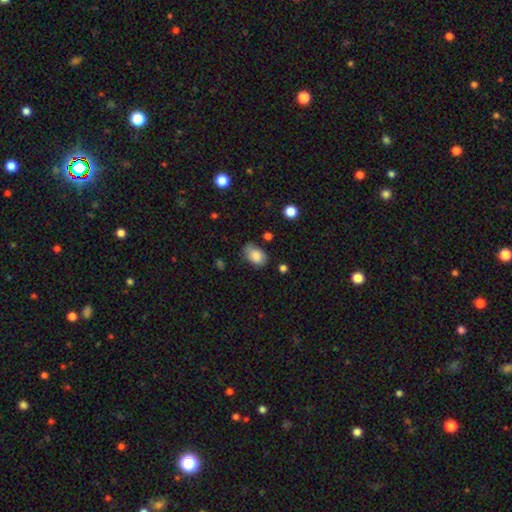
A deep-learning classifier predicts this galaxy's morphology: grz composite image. It shows a smooth galaxy with no disk features (82%) that is in between round and cigar-shaped (83%). Merging: none (63%).